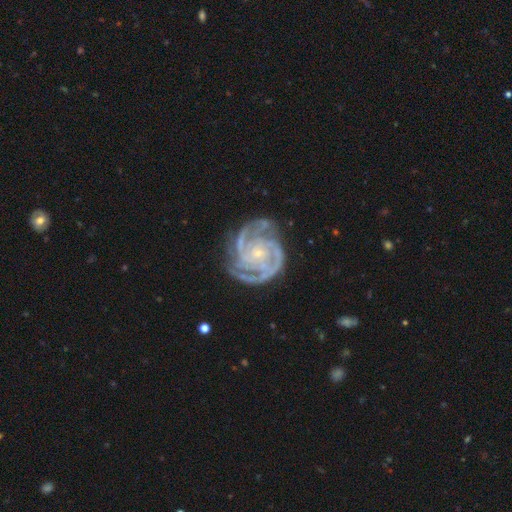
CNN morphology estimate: smooth_or_featured: featured or disk (p=0.91) [alt: star or artifact p=0.06]
disk_edge_on: no (p=0.98) [alt: yes p=0.02]
bar: no (p=0.67) [alt: weak p=0.23]
has_spiral_arms: yes (p=0.98) [alt: no p=0.02]
spiral_winding: tight (p=0.73) [alt: medium p=0.25]
spiral_arm_count: 3 (p=0.42) [alt: 2 p=0.24]
bulge_size: small (p=0.76) [alt: moderate p=0.19]
merging: none (p=0.76) [alt: minor disturbance p=0.17]